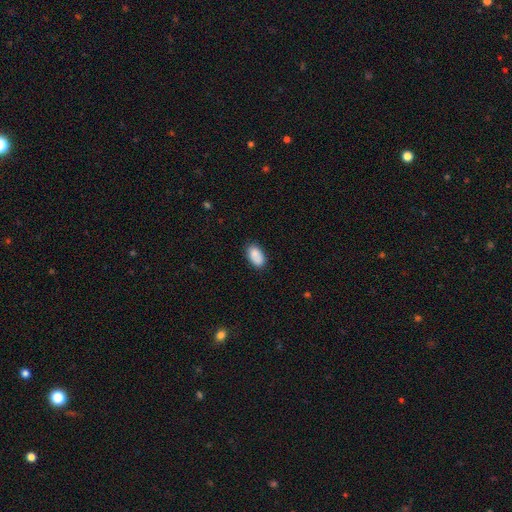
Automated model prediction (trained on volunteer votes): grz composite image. It shows a smooth galaxy with no disk features (85%) that is in between round and cigar-shaped (92%). Merging: none (76%).